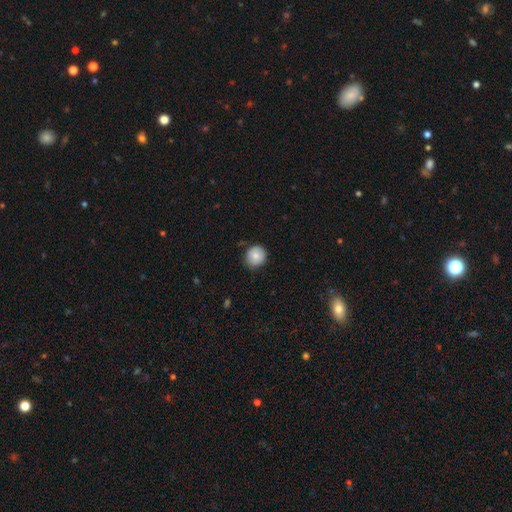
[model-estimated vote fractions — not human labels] smooth_or_featured: smooth (p=0.75) [alt: featured or disk p=0.17]
how_rounded: round (p=0.86) [alt: in between p=0.13]
merging: none (p=0.78) [alt: minor disturbance p=0.18]